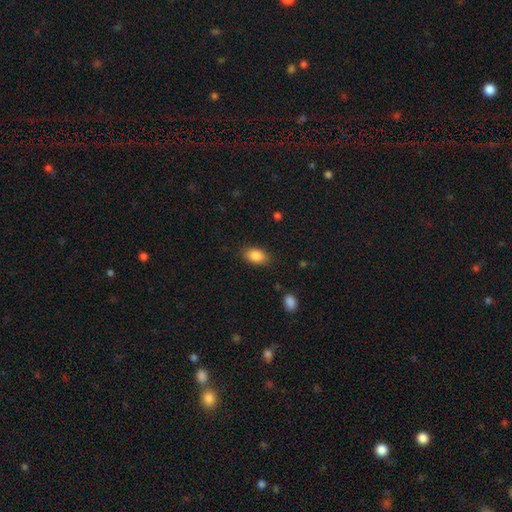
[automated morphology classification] Smooth or featured? Predicted: smooth (p=0.87). How rounded? Predicted: in between (p=0.89). Merging? Predicted: none (p=0.84).